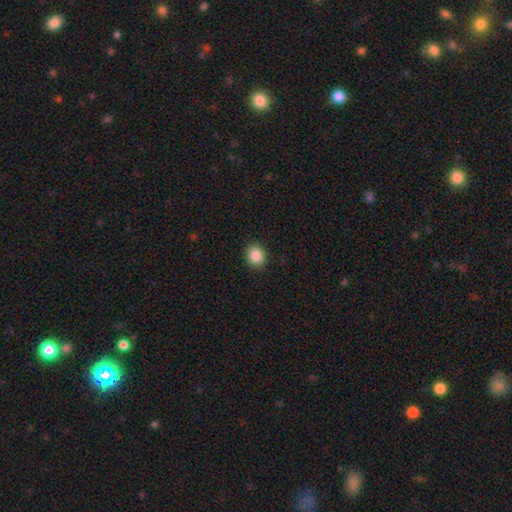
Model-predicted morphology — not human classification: A smooth galaxy with no disk features (87%) that is round (65%).

Vote fractions:
- Smooth or featured? smooth: 87% / star or artifact: 9% / featured or disk: 4%
- How rounded? round: 65% / in between: 34% / cigar-shaped: 1%
- Merging? none: 90% / minor disturbance: 7% / major disturbance: 2% / merger: 1%